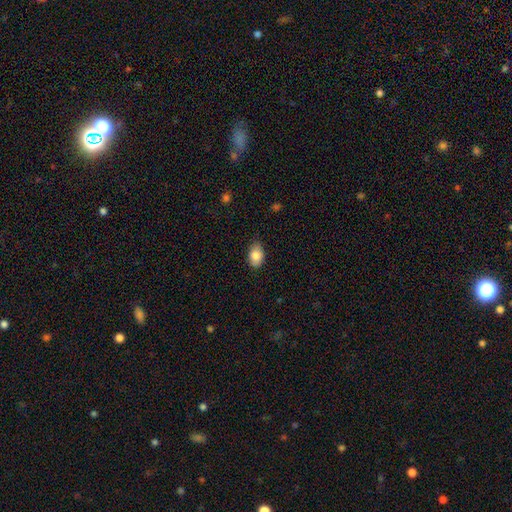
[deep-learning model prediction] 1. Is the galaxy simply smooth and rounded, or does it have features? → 85% smooth, 8% featured or disk, 7% star or artifact.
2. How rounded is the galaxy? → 88% in between, 11% round, 1% cigar-shaped.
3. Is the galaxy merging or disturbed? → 80% none, 16% minor disturbance, 3% major disturbance, 1% merger.